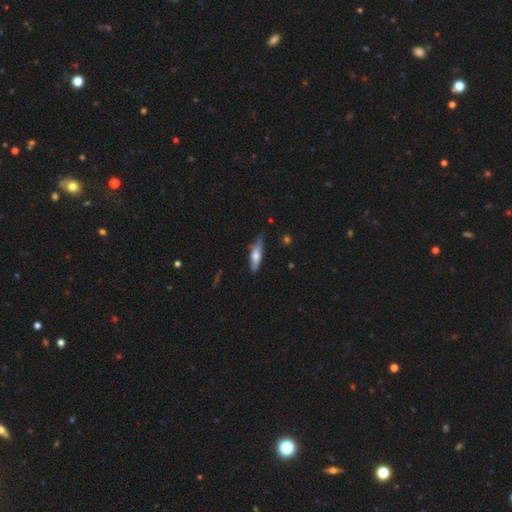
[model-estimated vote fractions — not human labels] This appears to be a smooth galaxy with no disk features (49%). Merging: none (72%).